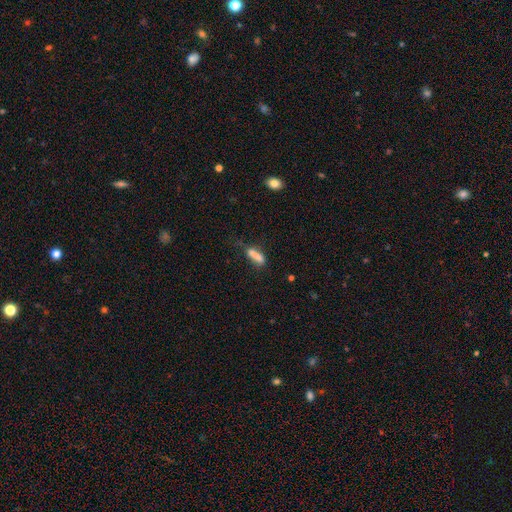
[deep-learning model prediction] smooth 78%, featured or disk 13%, star or artifact 9%. Down the decision tree: how rounded — cigar-shaped (72%); merging — none (57%).